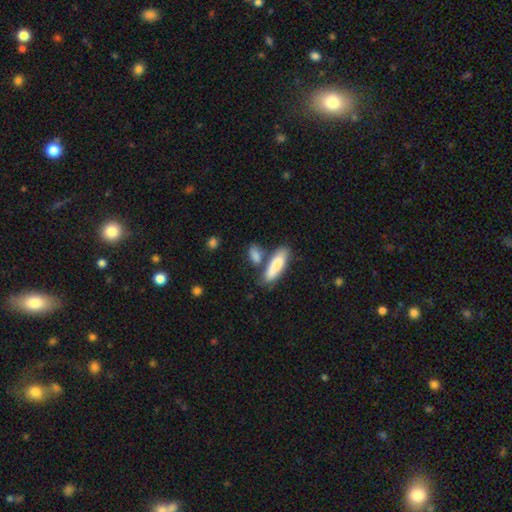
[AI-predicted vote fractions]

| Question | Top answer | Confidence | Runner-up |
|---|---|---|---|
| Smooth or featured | smooth | 81% | featured or disk (12%) |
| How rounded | in between | 62% | cigar-shaped (31%) |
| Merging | none | 55% | merger (26%) |